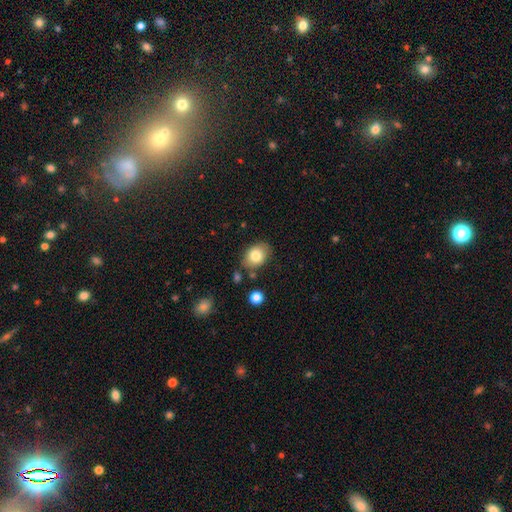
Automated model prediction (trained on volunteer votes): Smooth or featured?
  - smooth: 81% *
  - featured or disk: 11%
  - star or artifact: 8%
How rounded?
  - in between: 71% *
  - round: 28%
  - cigar-shaped: 1%
Merging?
  - none: 77% *
  - minor disturbance: 15%
  - merger: 4%
  - major disturbance: 3%